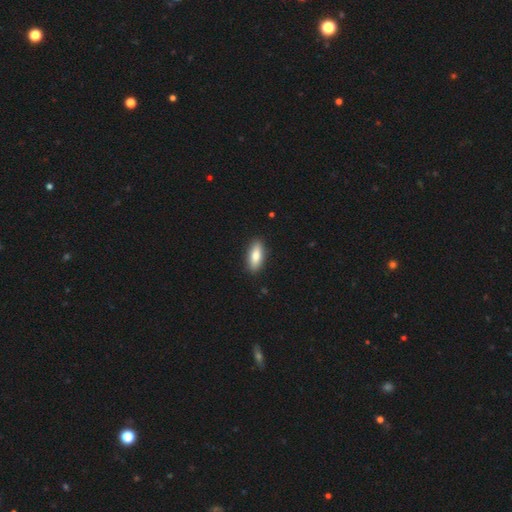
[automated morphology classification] Q: Smooth or featured?
A: smooth (81%); runner-up: featured or disk (14%)
Q: How rounded?
A: in between (73%); runner-up: cigar-shaped (24%)
Q: Merging?
A: none (89%); runner-up: minor disturbance (8%)